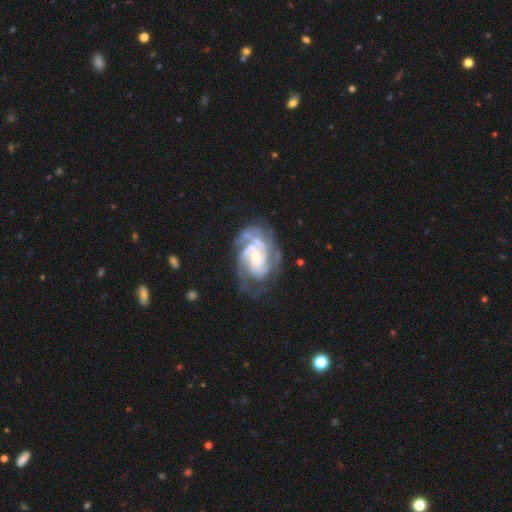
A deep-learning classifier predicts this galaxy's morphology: A featured or disk galaxy (90%) with no bar (57%), 3 (31%) tight (63%) spiral arms (97%) and a small central bulge (47%).

Vote fractions:
- Smooth or featured? featured or disk: 90% / smooth: 5% / star or artifact: 5%
- Edge-on disk? no: 98% / yes: 2%
- Bar? no: 57% / weak: 33% / strong: 10%
- Spiral arms? yes: 97% / no: 3%
- Spiral winding? tight: 63% / medium: 31% / loose: 5%
- Spiral arm count? 3: 31% / 2: 28% / can't tell: 20% / 4: 11% / 1: 5% / more than 4: 5%
- Bulge size? small: 47% / moderate: 45% / large: 4% / none: 2% / dominant: 1%
- Merging? none: 62% / minor disturbance: 22% / major disturbance: 13% / merger: 3%